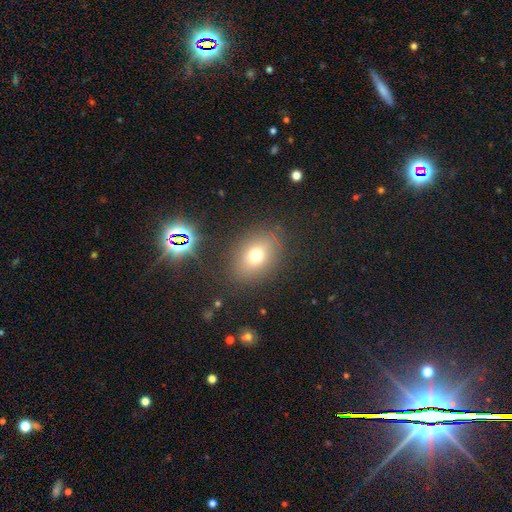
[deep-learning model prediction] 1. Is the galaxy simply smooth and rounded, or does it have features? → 70% smooth, 16% star or artifact, 14% featured or disk.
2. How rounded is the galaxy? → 63% in between, 35% round, 1% cigar-shaped.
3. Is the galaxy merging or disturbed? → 83% none, 10% minor disturbance, 5% major disturbance, 2% merger.